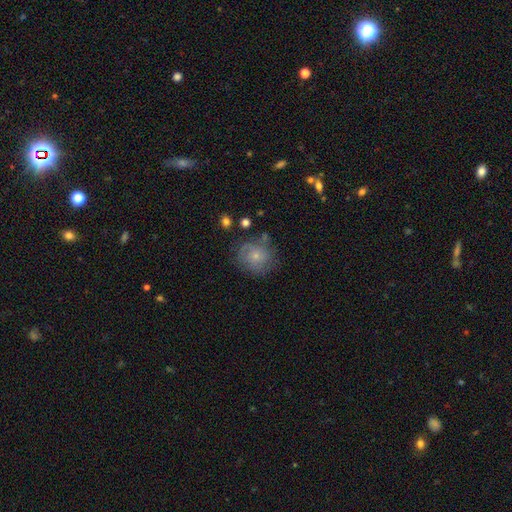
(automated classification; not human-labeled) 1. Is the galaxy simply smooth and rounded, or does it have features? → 49% smooth, 41% featured or disk, 10% star or artifact.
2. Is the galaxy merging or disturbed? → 67% none, 21% minor disturbance, 9% major disturbance, 3% merger.